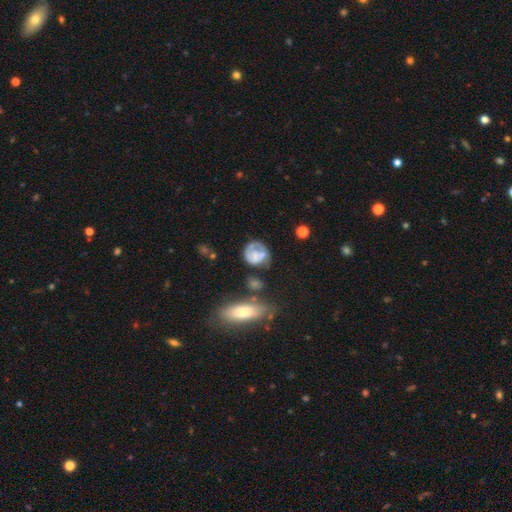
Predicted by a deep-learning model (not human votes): Overall: smooth (47%; featured or disk 45%). Merging: none (45%; minor disturbance 24%).